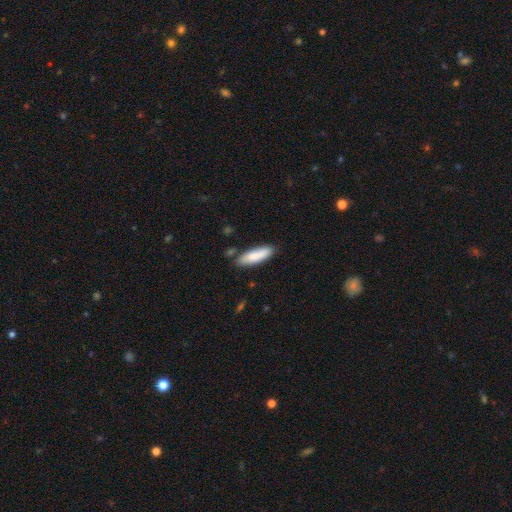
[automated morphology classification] The model was most divided on "how rounded": cigar-shaped: 53%, in between: 45%, round: 2%. More confident: smooth or featured — smooth (82%); merging — none (77%).